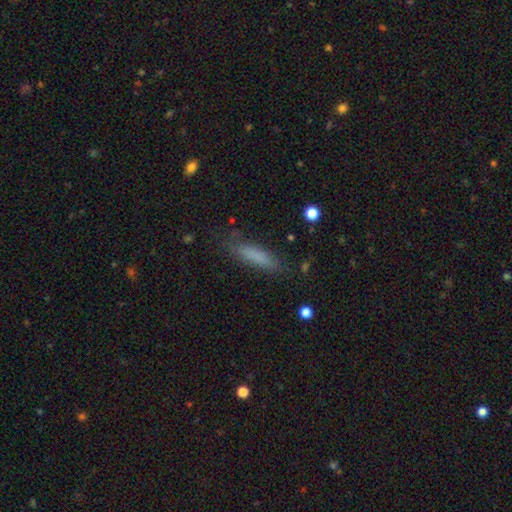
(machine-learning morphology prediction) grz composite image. It shows a smooth galaxy with no disk features (79%) that is cigar-shaped (71%). Merging: none (77%).